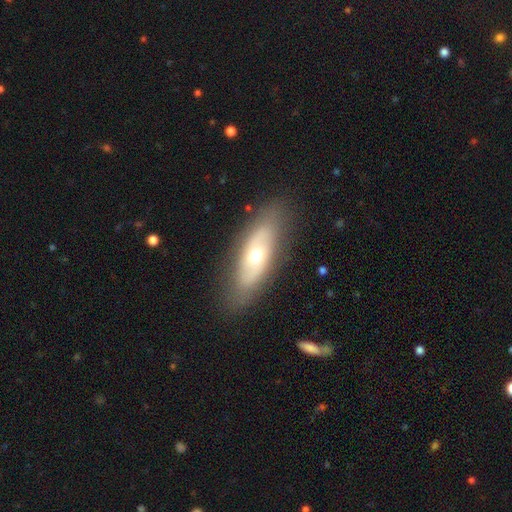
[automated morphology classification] This appears to be a featured or disk galaxy (49%). Merging: none (81%).